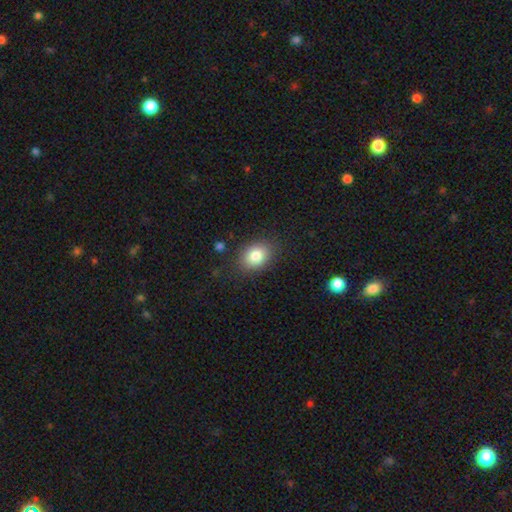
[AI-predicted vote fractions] Smooth or featured: smooth — 83% (star or artifact — 9%)
How rounded: in between — 67% (round — 32%)
Merging: none — 83% (minor disturbance — 12%)